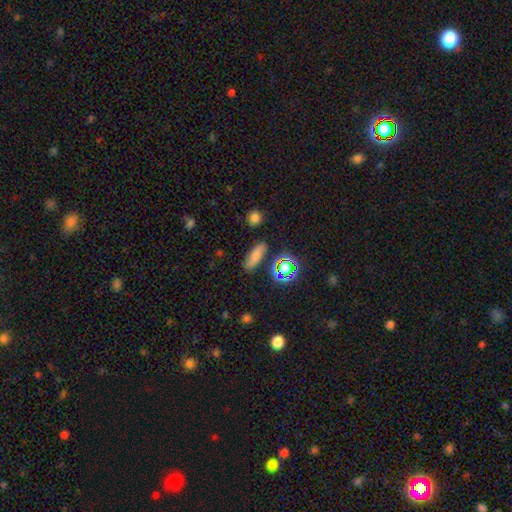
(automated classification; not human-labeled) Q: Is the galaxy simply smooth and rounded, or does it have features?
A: smooth — 72%.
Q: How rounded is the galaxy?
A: in between — 55%.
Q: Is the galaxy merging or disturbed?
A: none — 80%.